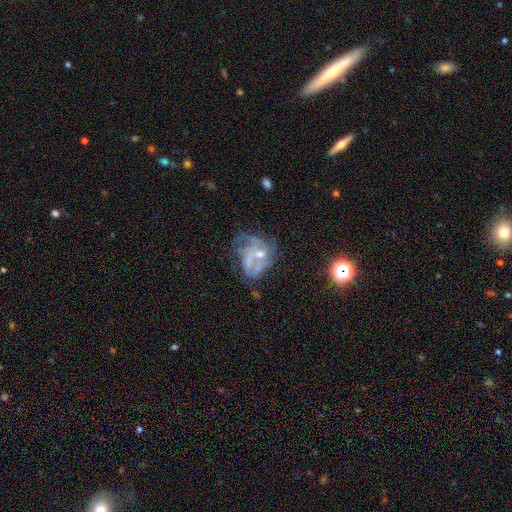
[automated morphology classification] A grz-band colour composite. It shows a featured or disk galaxy (67%) with no bar (72%), spiral arms (58%) and a small central bulge (43%). Merging: major disturbance (37%).